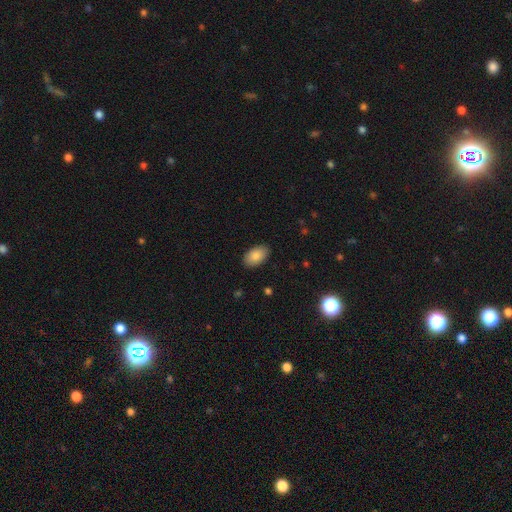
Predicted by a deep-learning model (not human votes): smooth-or-featured: smooth: 87% | star or artifact: 7% | featured or disk: 6%
  how-rounded: in between: 94% | round: 5% | cigar-shaped: 1%
  merging: none: 88% | minor disturbance: 9% | major disturbance: 2% | merger: 1%